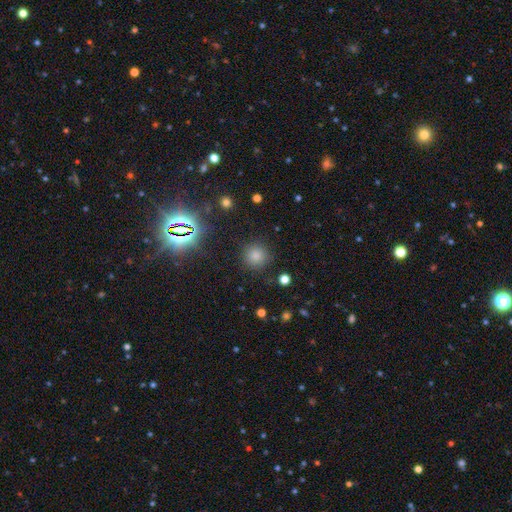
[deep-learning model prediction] This is likely a smooth galaxy (77%). How rounded: clearly round (94%). Merging: clearly none (88%).